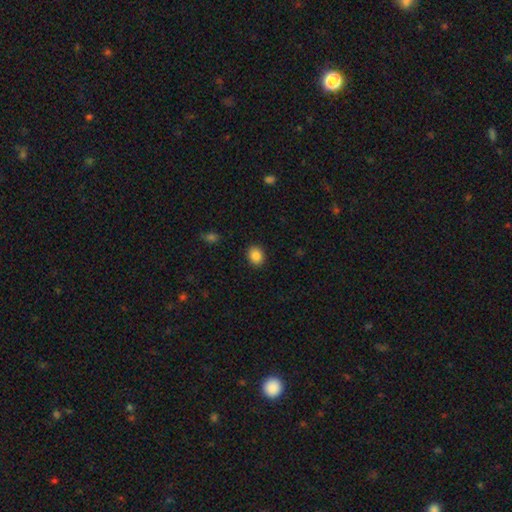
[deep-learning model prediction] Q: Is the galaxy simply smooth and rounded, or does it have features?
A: smooth — 86%.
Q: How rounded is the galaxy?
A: round — 61%.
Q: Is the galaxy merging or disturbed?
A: none — 90%.